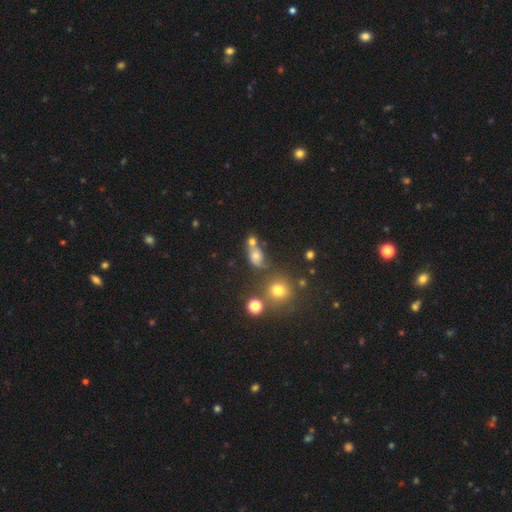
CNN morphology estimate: smooth 60%, featured or disk 22%, star or artifact 18%. Down the decision tree: how rounded — in between (61%); merging — none (39%).